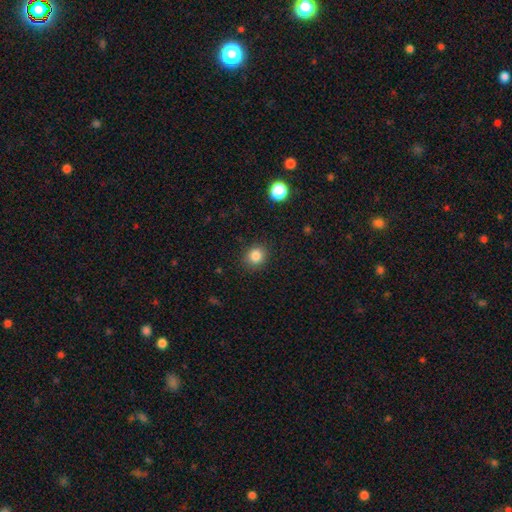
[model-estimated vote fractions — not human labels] Smooth or featured: smooth — 84% (star or artifact — 11%)
How rounded: round — 81% (in between — 18%)
Merging: none — 89% (minor disturbance — 7%)